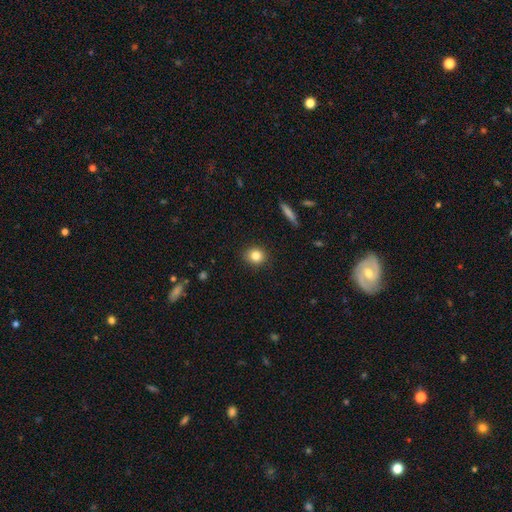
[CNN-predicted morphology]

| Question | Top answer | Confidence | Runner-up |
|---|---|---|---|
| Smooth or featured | smooth | 82% | star or artifact (10%) |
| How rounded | round | 83% | in between (16%) |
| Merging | none | 91% | minor disturbance (7%) |